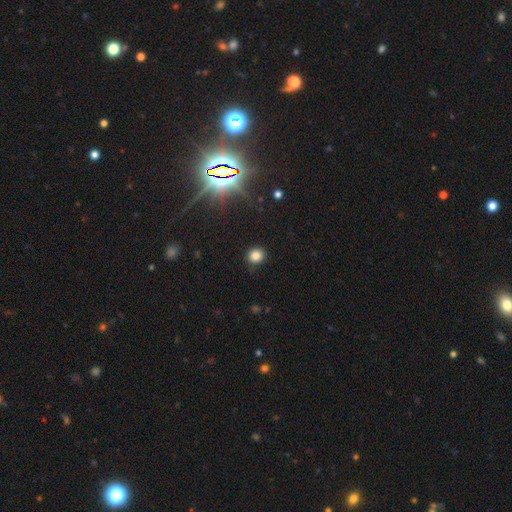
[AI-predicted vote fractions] smooth 82%, star or artifact 14%, featured or disk 5%. Down the decision tree: how rounded — round (86%); merging — none (88%).